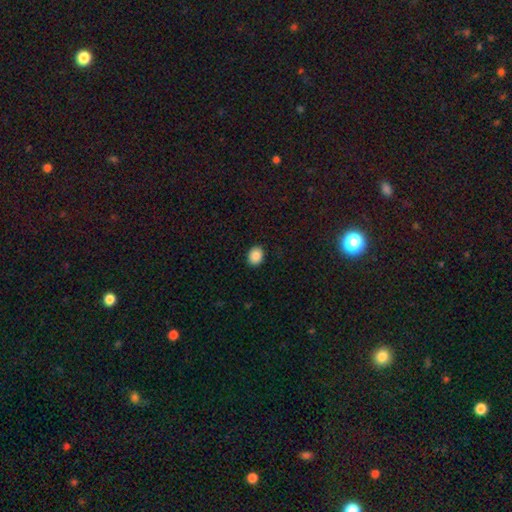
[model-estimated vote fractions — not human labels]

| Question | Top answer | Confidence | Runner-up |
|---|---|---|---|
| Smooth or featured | smooth | 88% | star or artifact (8%) |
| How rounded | round | 50% | in between (49%) |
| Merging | none | 90% | minor disturbance (7%) |